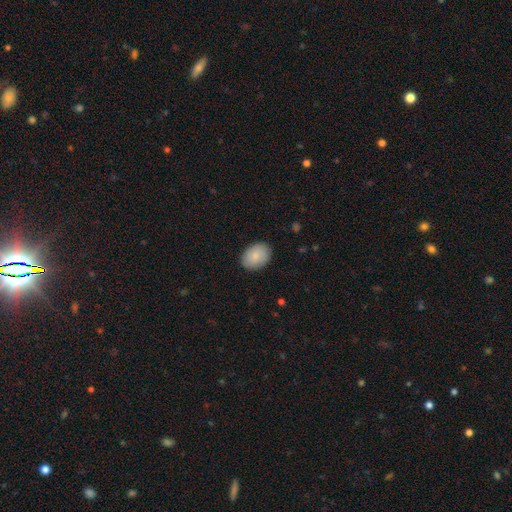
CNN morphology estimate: The model was most divided on "how rounded": in between: 78%, round: 21%, cigar-shaped: 1%. More confident: merging — none (88%); smooth or featured — smooth (86%).